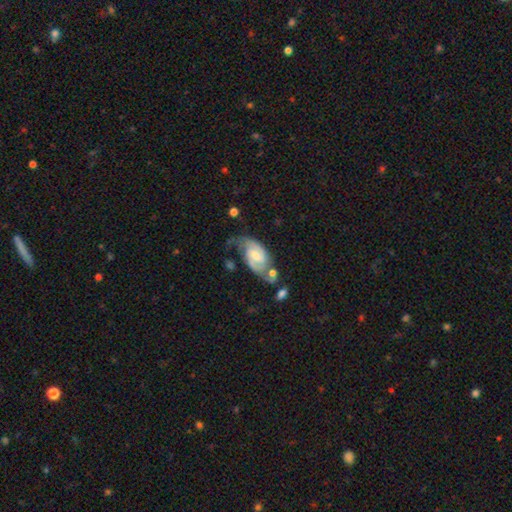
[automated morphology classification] A featured or disk galaxy (81%) with a weak bar (50%), 2 (86%) medium (49%) spiral arms (95%) and a small central bulge (46%). Merging: none (48%).